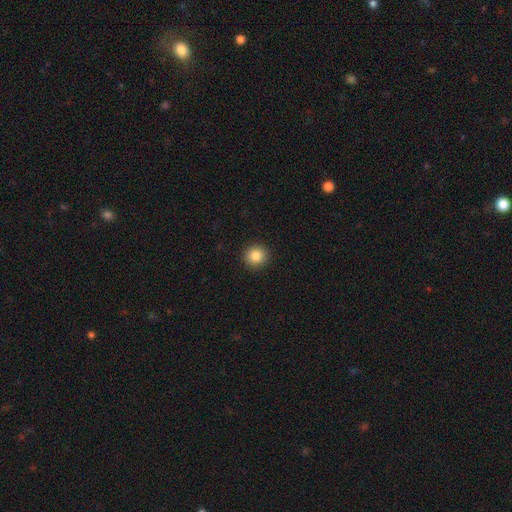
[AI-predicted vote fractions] Smooth or featured? smooth (85%)
How rounded? round (91%)
Merging? none (93%)